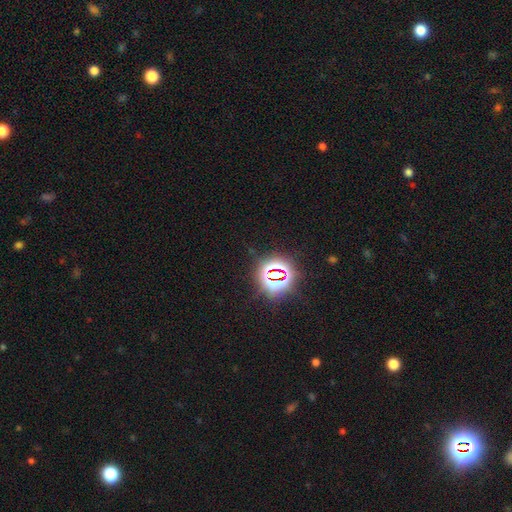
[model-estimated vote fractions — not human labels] smooth-or-featured: star or artifact: 80% | smooth: 13% | featured or disk: 7%